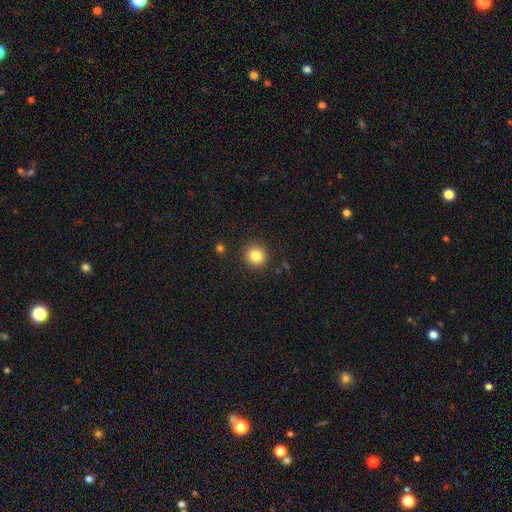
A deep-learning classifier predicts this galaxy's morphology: Overall: smooth (85%). How rounded: round (90%). Merging: none (90%).